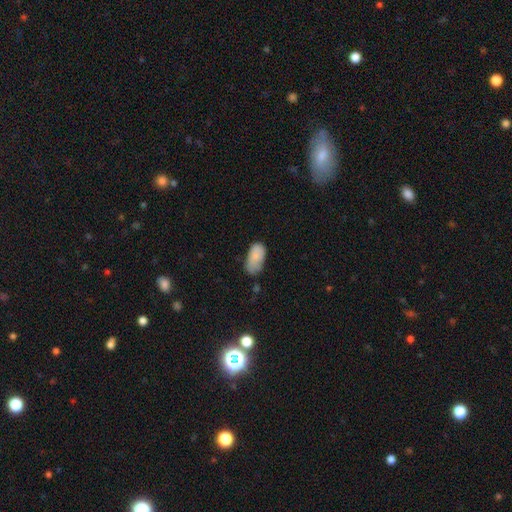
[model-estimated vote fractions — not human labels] smooth-or-featured: smooth: 82% | featured or disk: 11% | star or artifact: 7%
  how-rounded: in between: 94% | round: 3% | cigar-shaped: 3%
  merging: none: 42% | minor disturbance: 41% | major disturbance: 13% | merger: 4%